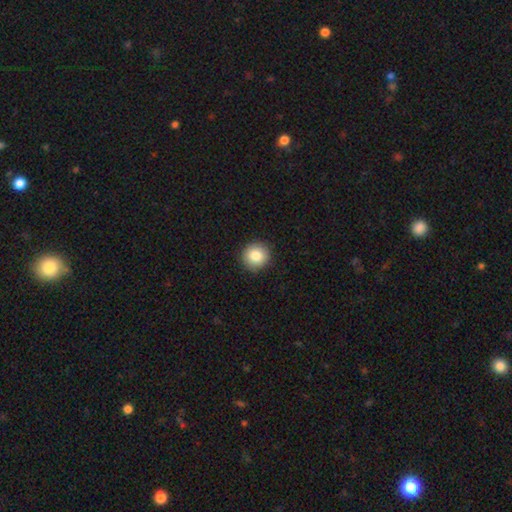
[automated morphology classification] smooth-or-featured: smooth: 85% | star or artifact: 9% | featured or disk: 6%
  how-rounded: round: 93% | in between: 6% | cigar-shaped: 1%
  merging: none: 91% | minor disturbance: 7% | major disturbance: 2% | merger: 1%